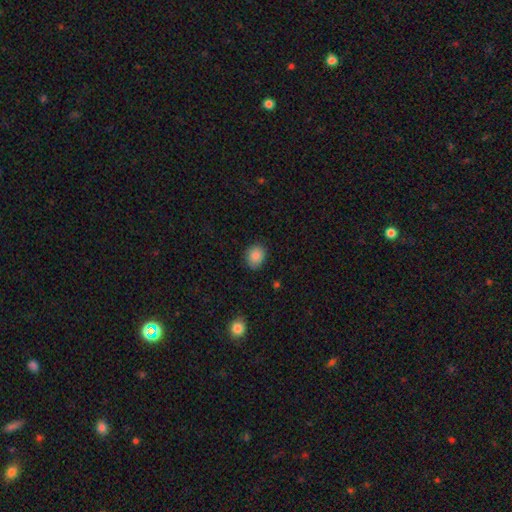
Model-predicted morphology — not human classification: Smooth or featured?
  - smooth: 86% *
  - star or artifact: 9%
  - featured or disk: 5%
How rounded?
  - round: 62% *
  - in between: 37%
  - cigar-shaped: 1%
Merging?
  - none: 84% *
  - minor disturbance: 12%
  - major disturbance: 3%
  - merger: 1%